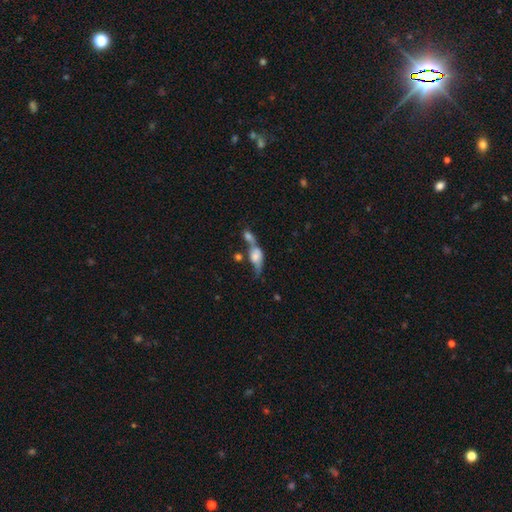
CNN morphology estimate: smooth-or-featured: smooth: 56% | featured or disk: 35% | star or artifact: 9%
  how-rounded: in between: 71% | cigar-shaped: 17% | round: 12%
  merging: merger: 63% | none: 15% | major disturbance: 12% | minor disturbance: 10%